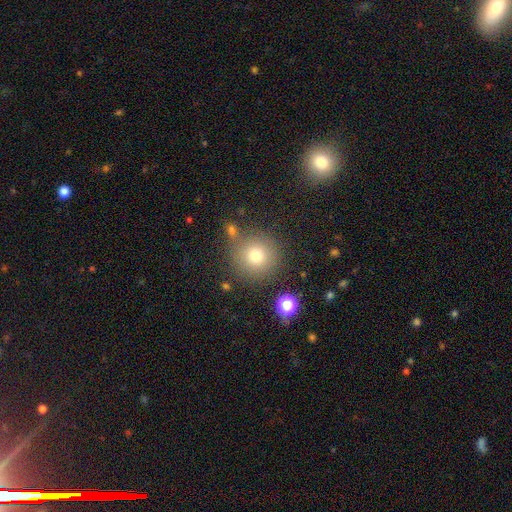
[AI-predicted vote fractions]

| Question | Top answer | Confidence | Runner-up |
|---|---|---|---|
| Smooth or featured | smooth | 76% | star or artifact (14%) |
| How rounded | round | 95% | in between (4%) |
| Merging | none | 80% | minor disturbance (10%) |